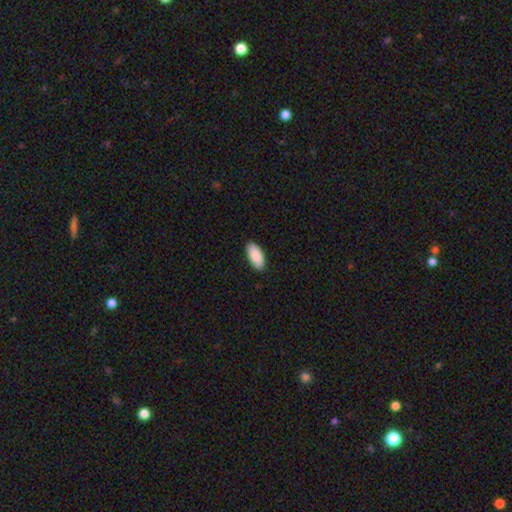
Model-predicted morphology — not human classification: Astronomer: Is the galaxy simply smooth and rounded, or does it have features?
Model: smooth — 90%.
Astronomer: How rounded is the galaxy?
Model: in between — 91%.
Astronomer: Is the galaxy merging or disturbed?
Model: none — 89%.